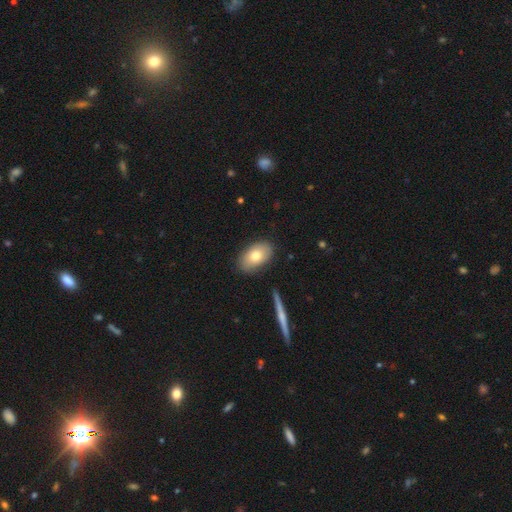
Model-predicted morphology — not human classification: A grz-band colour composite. It shows a smooth galaxy with no disk features (75%) that is in between round and cigar-shaped (91%). Merging: none (84%).